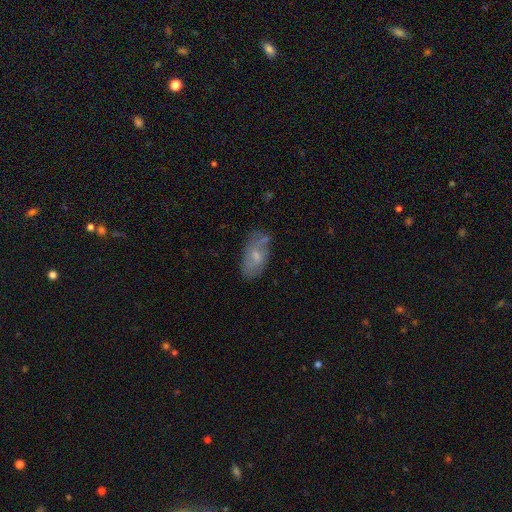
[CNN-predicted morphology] Q: Smooth or featured?
A: featured or disk (48%); runner-up: smooth (44%)
Q: Merging?
A: none (60%); runner-up: minor disturbance (26%)